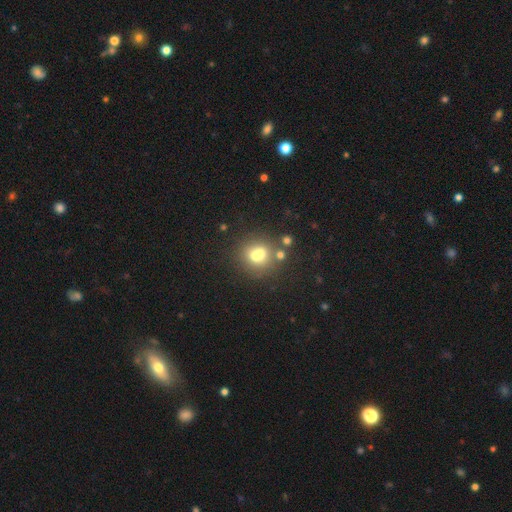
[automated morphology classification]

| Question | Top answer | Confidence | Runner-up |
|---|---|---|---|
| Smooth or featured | smooth | 66% | featured or disk (20%) |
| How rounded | round | 78% | in between (21%) |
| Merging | none | 49% | merger (36%) |